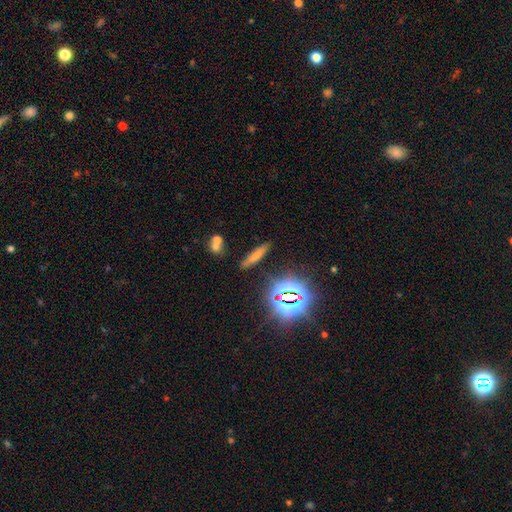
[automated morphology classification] Q: Smooth or featured?
A: smooth (63%); runner-up: star or artifact (20%)
Q: How rounded?
A: cigar-shaped (81%); runner-up: in between (15%)
Q: Merging?
A: none (80%); runner-up: minor disturbance (10%)